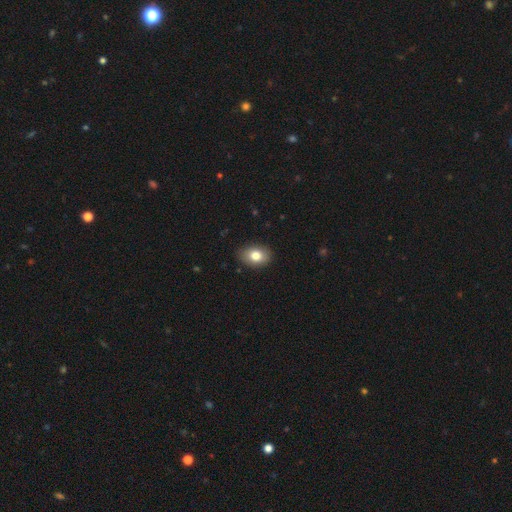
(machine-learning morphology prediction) Smooth or featured?
  - smooth: 81% *
  - featured or disk: 11%
  - star or artifact: 8%
How rounded?
  - in between: 76% *
  - round: 23%
  - cigar-shaped: 1%
Merging?
  - none: 88% *
  - minor disturbance: 9%
  - major disturbance: 2%
  - merger: 1%